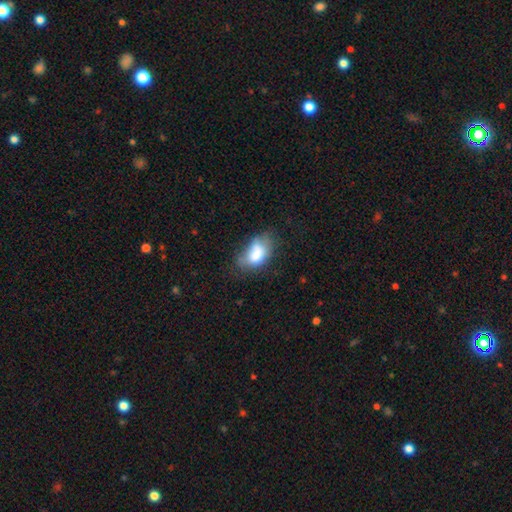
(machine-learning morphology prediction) Smooth or featured? Predicted: smooth (p=0.74). How rounded? Predicted: in between (p=0.89). Merging? Predicted: none (p=0.36).